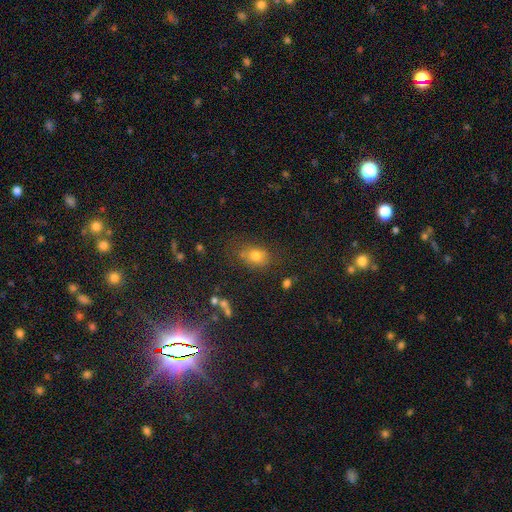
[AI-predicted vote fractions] Smooth or featured?
  - smooth: 73% *
  - star or artifact: 15%
  - featured or disk: 11%
How rounded?
  - in between: 64% *
  - round: 34%
  - cigar-shaped: 2%
Merging?
  - none: 71% *
  - minor disturbance: 19%
  - major disturbance: 6%
  - merger: 4%